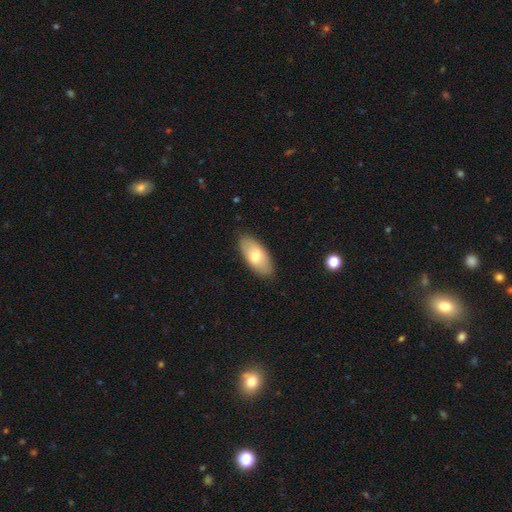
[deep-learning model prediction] smooth-or-featured: smooth: 72% | featured or disk: 23% | star or artifact: 6%
  how-rounded: in between: 91% | cigar-shaped: 7% | round: 3%
  merging: none: 87% | minor disturbance: 10% | major disturbance: 2% | merger: 1%